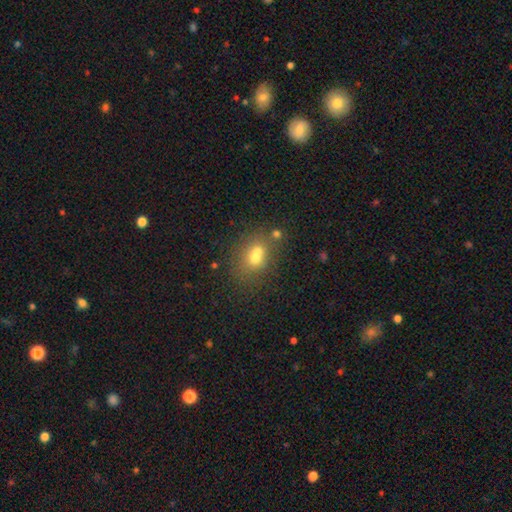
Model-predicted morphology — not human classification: Overall: smooth (64%). How rounded: in between (51%; round 47%). Merging: merger (47%; none 38%).